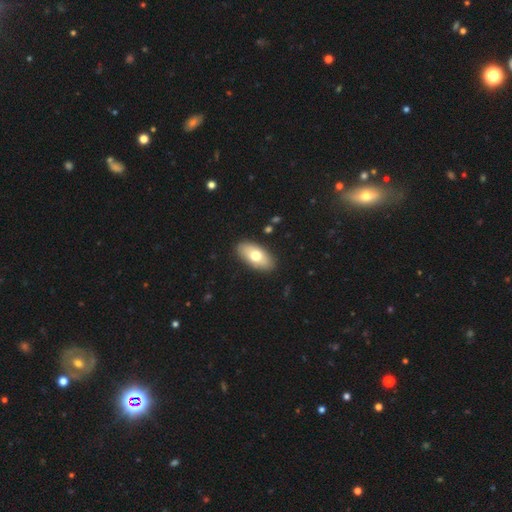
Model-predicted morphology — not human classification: smooth-or-featured: smooth: 69% | featured or disk: 25% | star or artifact: 6%
  how-rounded: in between: 91% | cigar-shaped: 5% | round: 3%
  merging: none: 89% | minor disturbance: 8% | major disturbance: 2% | merger: 1%